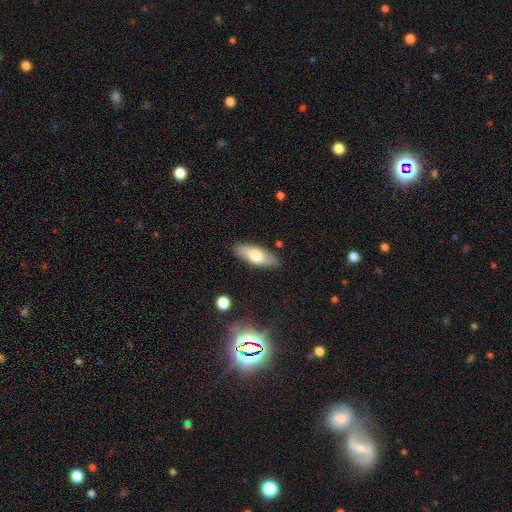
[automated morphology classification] smooth_or_featured: smooth (p=0.66) [alt: featured or disk p=0.28]
how_rounded: in between (p=0.68) [alt: cigar-shaped p=0.29]
merging: none (p=0.87) [alt: minor disturbance p=0.10]